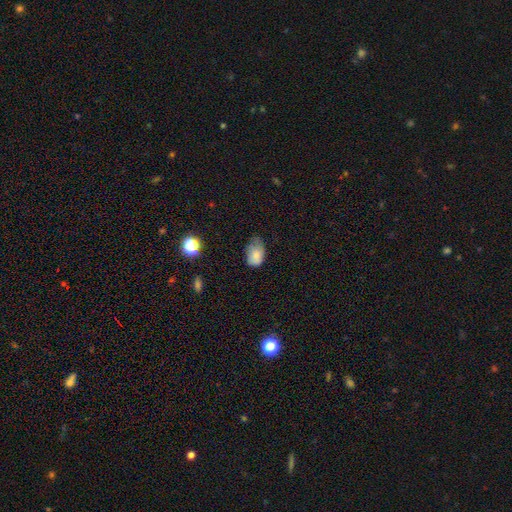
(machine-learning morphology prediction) smooth_or_featured: smooth (p=0.79) [alt: featured or disk p=0.12]
how_rounded: in between (p=0.87) [alt: round p=0.12]
merging: minor disturbance (p=0.47) [alt: none p=0.36]